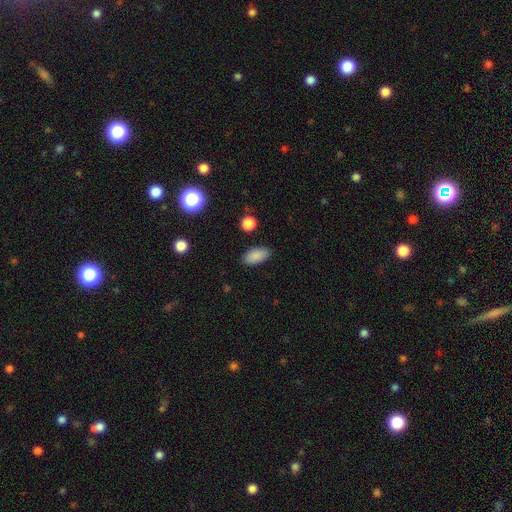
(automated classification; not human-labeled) This appears to be a smooth galaxy with no disk features (87%) that is in between round and cigar-shaped (91%). Merging: none (87%).